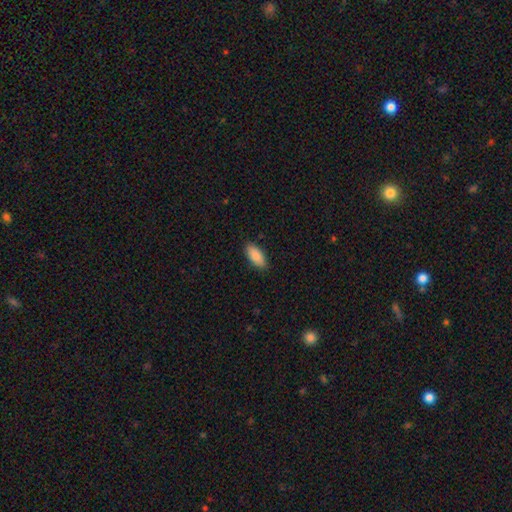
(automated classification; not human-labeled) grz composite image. It shows a smooth galaxy with no disk features (89%) that is in between round and cigar-shaped (86%). Merging: none (87%).